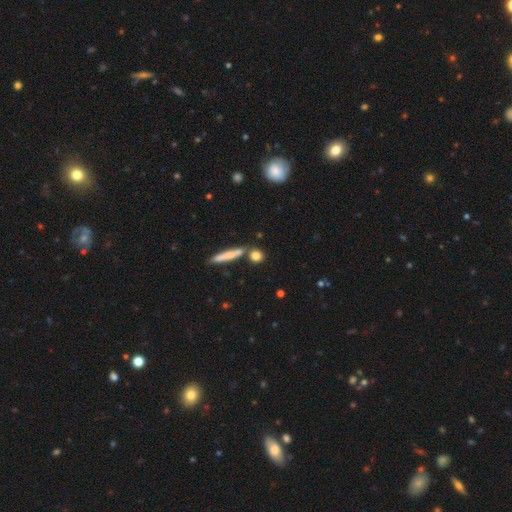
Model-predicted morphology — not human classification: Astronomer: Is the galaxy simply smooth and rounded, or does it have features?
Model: smooth — 80%.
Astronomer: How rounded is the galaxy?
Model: round — 61%.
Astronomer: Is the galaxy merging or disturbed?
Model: none — 74%.